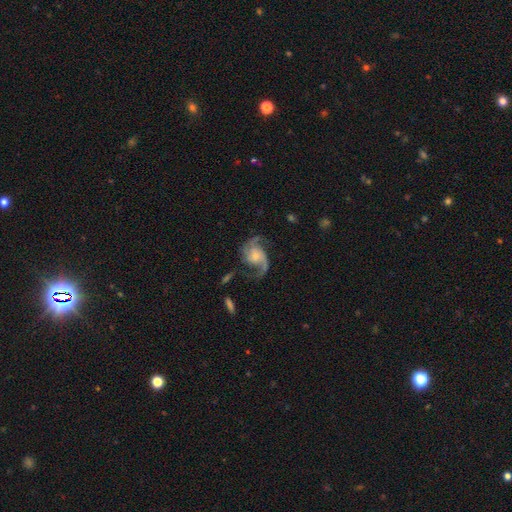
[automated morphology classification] Smooth or featured: featured or disk — 89% (smooth — 6%)
Edge-on disk: no — 98% (yes — 2%)
Bar: no — 65% (weak — 28%)
Spiral arms: yes — 97% (no — 3%)
Spiral winding: medium — 46% (loose — 42%)
Spiral arm count: 2 — 77% (3 — 11%)
Bulge size: small — 49% (moderate — 36%)
Merging: none — 63% (minor disturbance — 18%)